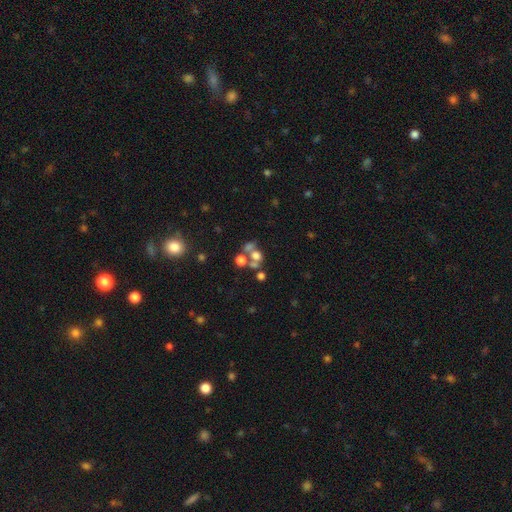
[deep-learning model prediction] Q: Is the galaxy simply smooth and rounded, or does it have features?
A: smooth — 54%.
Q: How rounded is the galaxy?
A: round — 69%.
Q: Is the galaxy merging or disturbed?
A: merger — 44%.